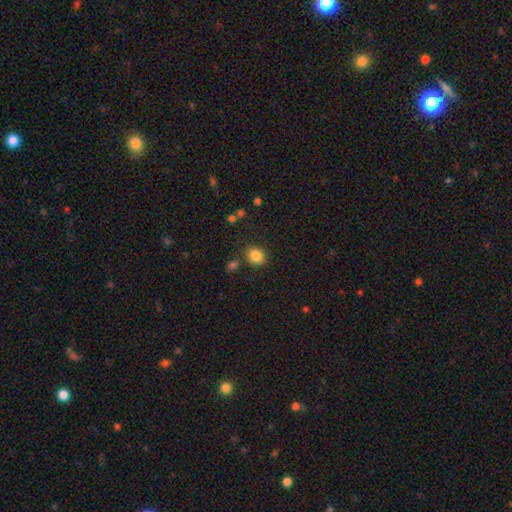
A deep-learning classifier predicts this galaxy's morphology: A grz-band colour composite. It shows a smooth galaxy with no disk features (85%) that is round (52%). Merging: none (78%).